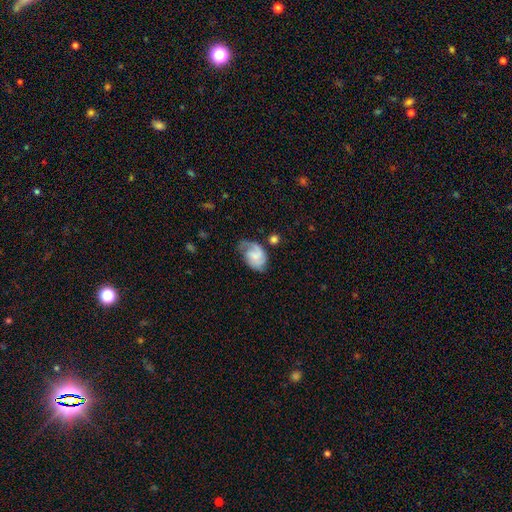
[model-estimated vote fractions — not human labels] smooth-or-featured: featured or disk: 62% | smooth: 31% | star or artifact: 7%
  disk-edge-on: no: 97% | yes: 3%
    bar: no: 52% | weak: 40% | strong: 8%
    has-spiral-arms: yes: 90% | no: 10%
      spiral-winding: medium: 42% | tight: 35% | loose: 23%
      spiral-arm-count: 2: 43% | 1: 35% | can't tell: 14% | 3: 5% | 4: 1% | more than 4: 1%
    bulge-size: small: 37% | none: 34% | moderate: 22% | large: 6% | dominant: 2%
  merging: none: 49% | minor disturbance: 29% | major disturbance: 19% | merger: 4%